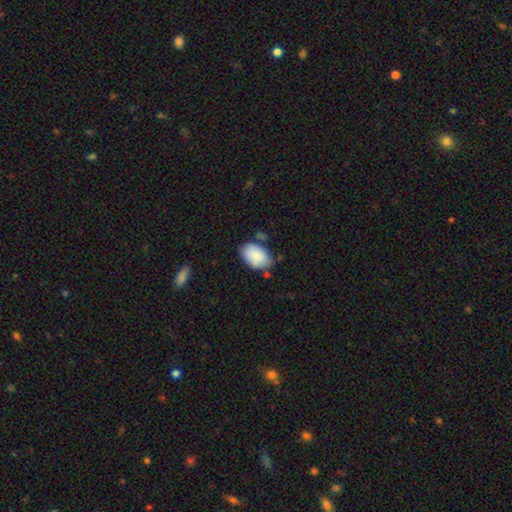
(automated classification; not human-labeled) Smooth or featured: smooth — 87% (featured or disk — 7%)
How rounded: in between — 91% (round — 8%)
Merging: none — 67% (minor disturbance — 22%)